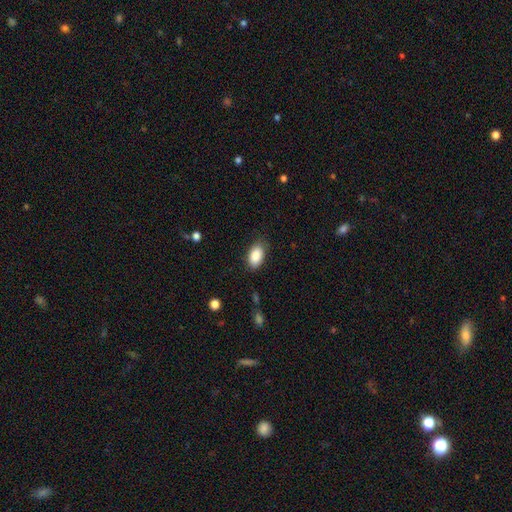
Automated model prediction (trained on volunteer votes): smooth 88%, star or artifact 7%, featured or disk 5%. Down the decision tree: how rounded — in between (93%); merging — none (83%).